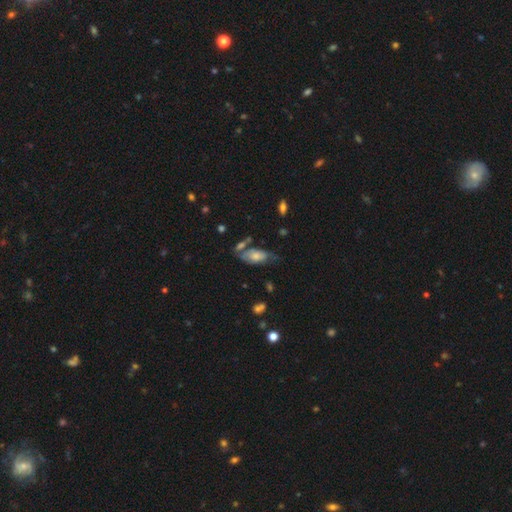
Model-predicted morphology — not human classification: Q: Smooth or featured?
A: smooth (60%); runner-up: featured or disk (32%)
Q: How rounded?
A: in between (89%); runner-up: cigar-shaped (8%)
Q: Merging?
A: none (41%); runner-up: minor disturbance (29%)